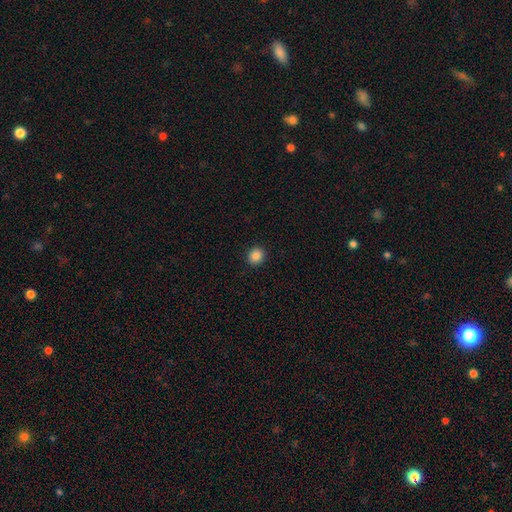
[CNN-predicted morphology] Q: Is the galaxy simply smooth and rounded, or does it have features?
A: smooth — 87%.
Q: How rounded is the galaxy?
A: round — 86%.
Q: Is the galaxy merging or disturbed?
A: none — 92%.